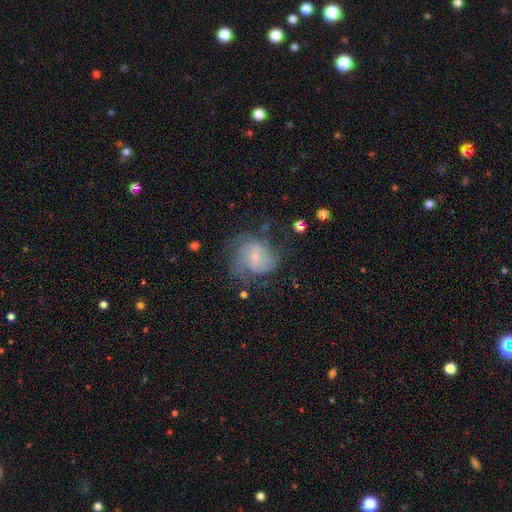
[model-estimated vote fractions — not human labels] The model was most divided on "bar": no: 49%, weak: 43%, strong: 9%. Remaining: edge-on disk — no (97%); spiral arms — yes (88%); smooth or featured — featured or disk (73%); bulge size — small (65%); merging — none (57%); spiral winding — tight (47%); spiral arm count — can't tell (42%).